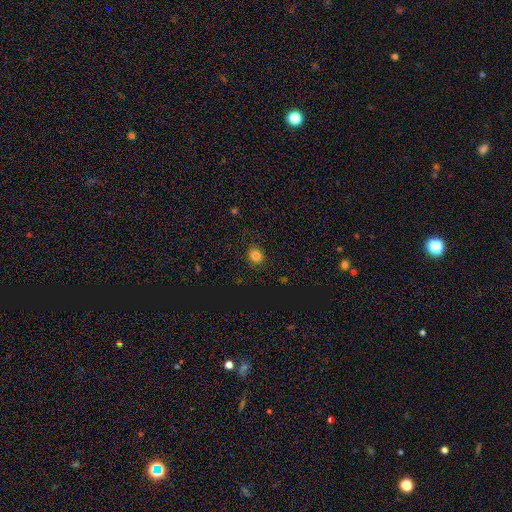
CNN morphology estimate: This is clearly a smooth galaxy (81%). How rounded: clearly round (83%). Merging: clearly none (88%).